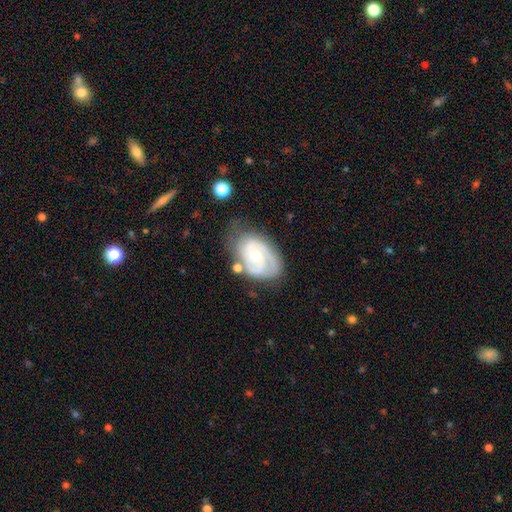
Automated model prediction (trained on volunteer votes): A featured or disk galaxy (83%) with no bar (59%), 2 (61%) tight (58%) spiral arms (94%) and a moderate central bulge (52%). Merging: none (62%).